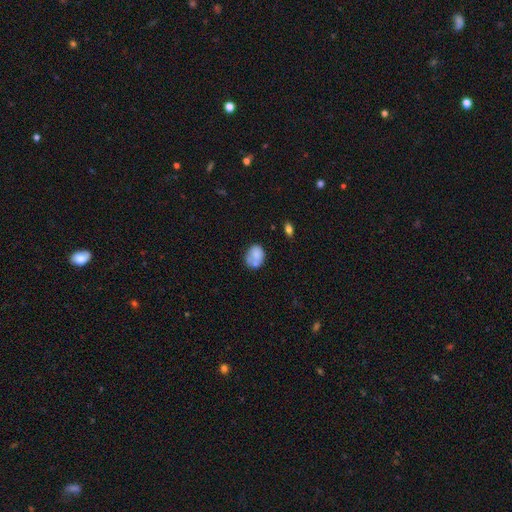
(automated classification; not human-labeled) Overall: smooth (73%). How rounded: in between (57%; round 42%). Merging: none (47%; minor disturbance 23%).